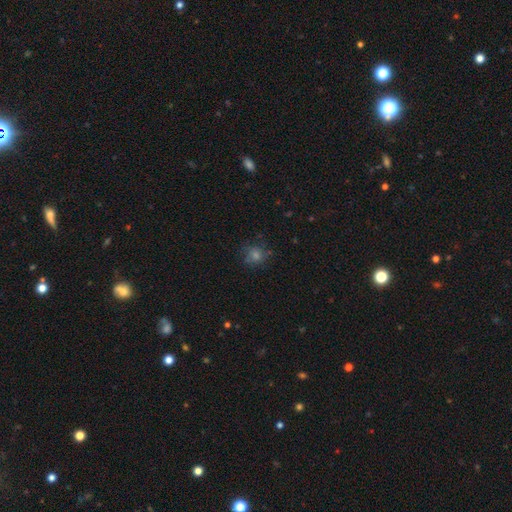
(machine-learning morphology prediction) A smooth galaxy with no disk features (52%) that is round (83%).

Vote fractions:
- Smooth or featured? smooth: 52% / star or artifact: 28% / featured or disk: 19%
- How rounded? round: 83% / in between: 15% / cigar-shaped: 1%
- Merging? none: 75% / minor disturbance: 16% / major disturbance: 8% / merger: 2%